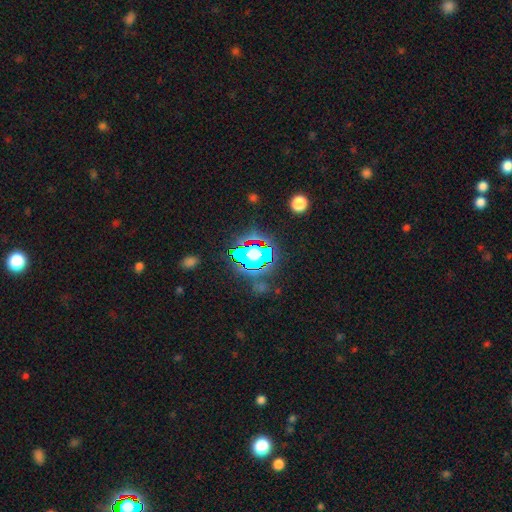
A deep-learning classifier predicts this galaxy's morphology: This appears to be a star or artifact, not a galaxy (55%).